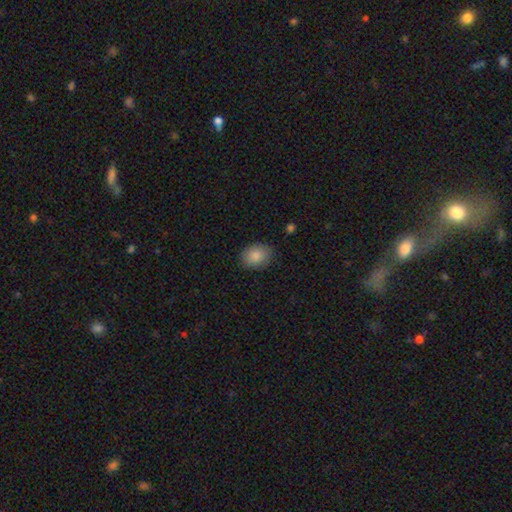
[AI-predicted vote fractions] Overall: smooth (87%). How rounded: in between (65%; round 34%). Merging: none (83%).